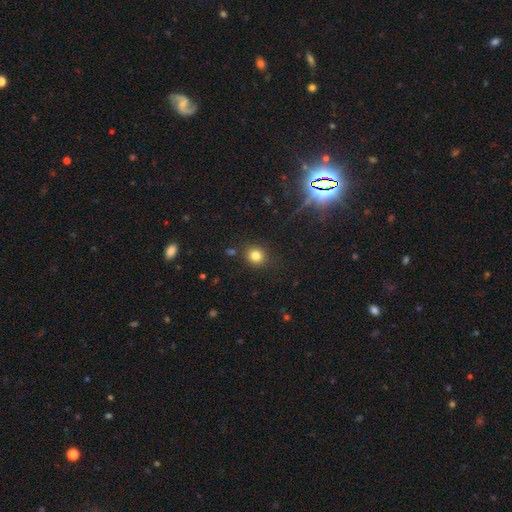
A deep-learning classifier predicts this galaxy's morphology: This appears to be a smooth galaxy with no disk features (80%) that is round (84%). Merging: none (86%).